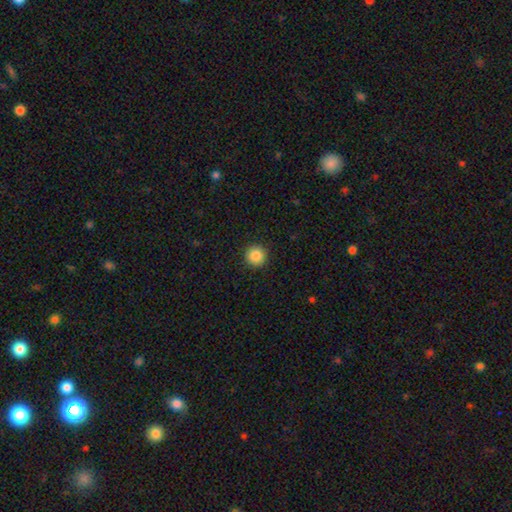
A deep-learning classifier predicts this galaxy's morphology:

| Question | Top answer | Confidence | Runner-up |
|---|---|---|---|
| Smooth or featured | smooth | 87% | star or artifact (9%) |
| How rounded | round | 95% | in between (4%) |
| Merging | none | 93% | minor disturbance (5%) |